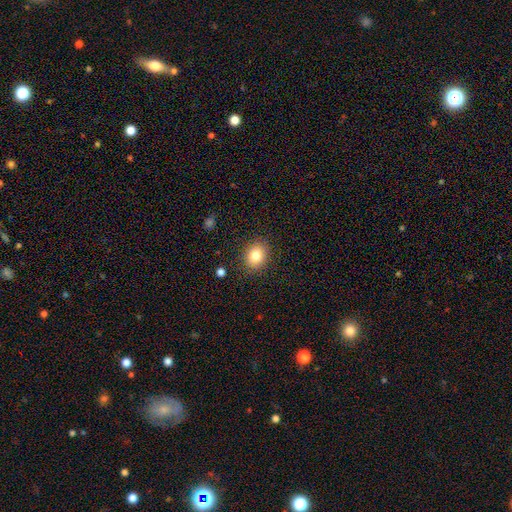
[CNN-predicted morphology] This appears to be a smooth galaxy with no disk features (82%) that is round (53%). Merging: none (87%).